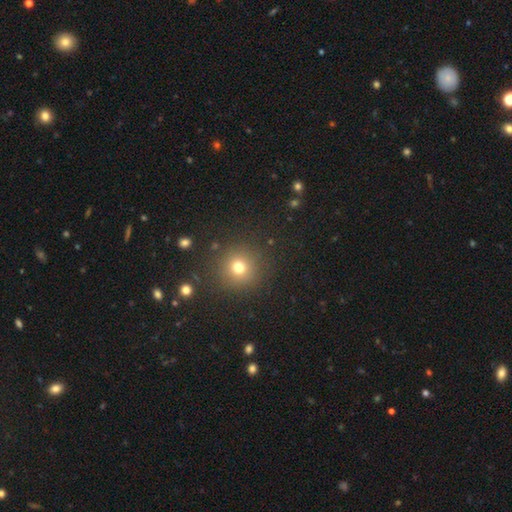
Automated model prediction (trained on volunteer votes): A smooth galaxy with no disk features (58%) that is round (94%). Merging: none (90%).